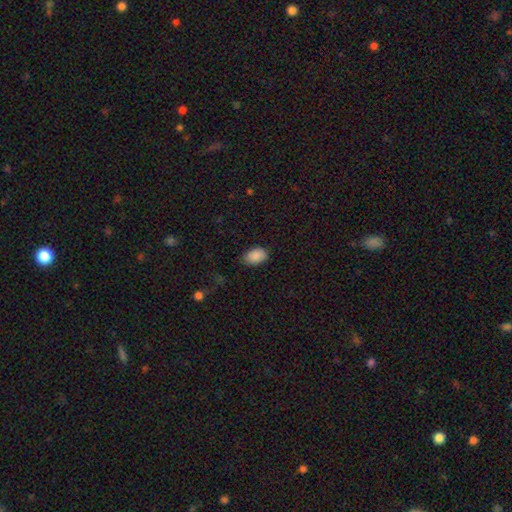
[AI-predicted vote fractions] Smooth or featured: smooth — 89% (star or artifact — 8%)
How rounded: in between — 88% (round — 11%)
Merging: none — 80% (minor disturbance — 16%)